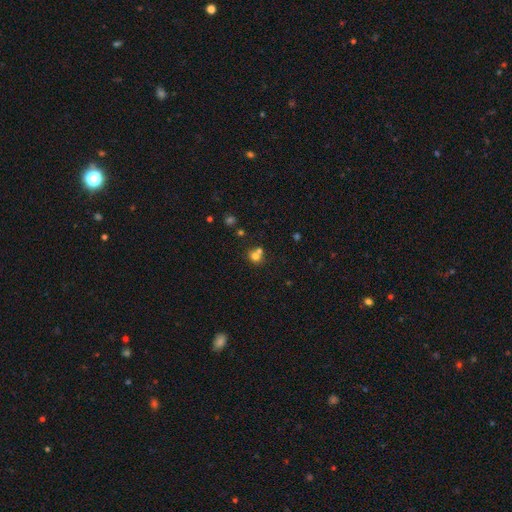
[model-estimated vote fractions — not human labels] A smooth galaxy with no disk features (71%) that is round (83%). Merging: none (50%).